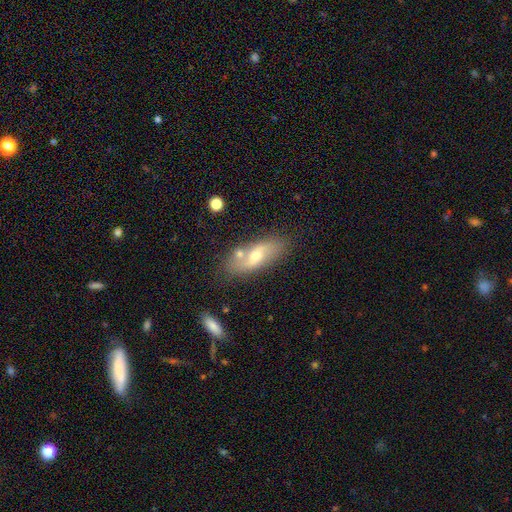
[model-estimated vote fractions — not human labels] This is possibly a featured or disk galaxy (51%). It is likely not viewed edge-on (78%). Merging: likely none (70%).